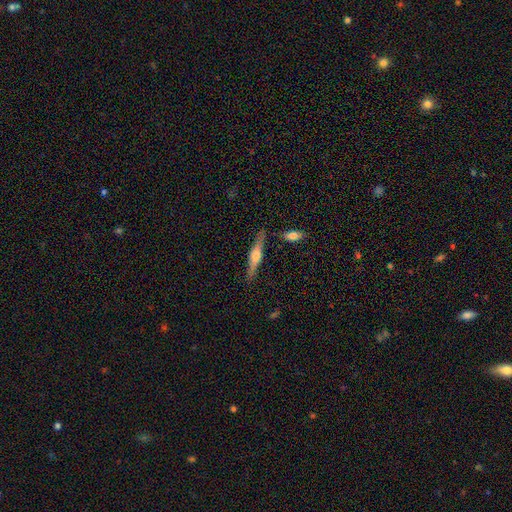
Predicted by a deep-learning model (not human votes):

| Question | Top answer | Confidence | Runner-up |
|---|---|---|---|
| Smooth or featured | featured or disk | 60% | smooth (33%) |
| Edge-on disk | yes | 96% | no (4%) |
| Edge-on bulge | rounded | 85% | boxy (9%) |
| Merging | none | 84% | minor disturbance (10%) |